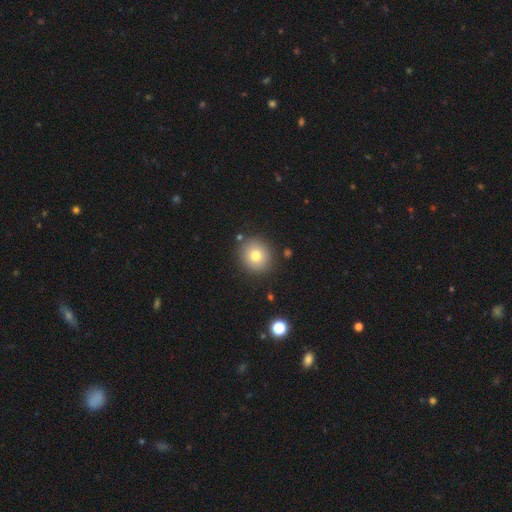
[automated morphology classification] Smooth or featured: smooth — 76% (featured or disk — 12%)
How rounded: round — 88% (in between — 11%)
Merging: none — 87% (minor disturbance — 8%)